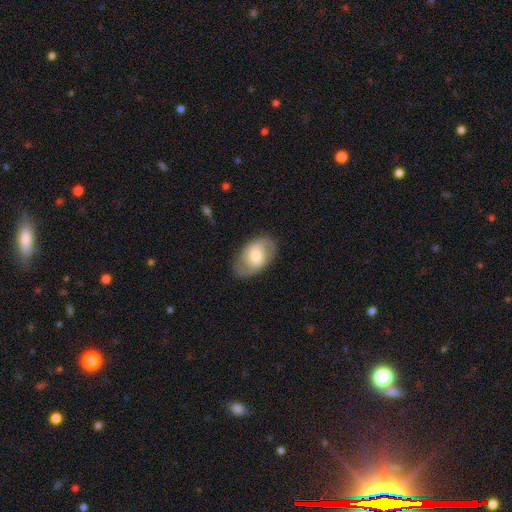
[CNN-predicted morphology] This is possibly a smooth galaxy (48%). Merging: likely none (78%).